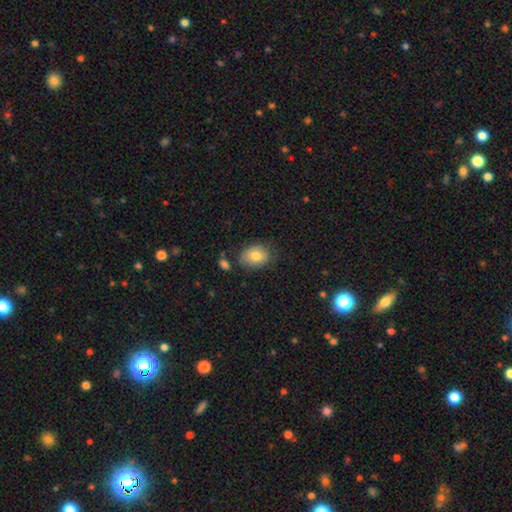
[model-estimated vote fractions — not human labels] This appears to be a smooth galaxy with no disk features (81%) that is in between round and cigar-shaped (70%). Merging: none (70%).